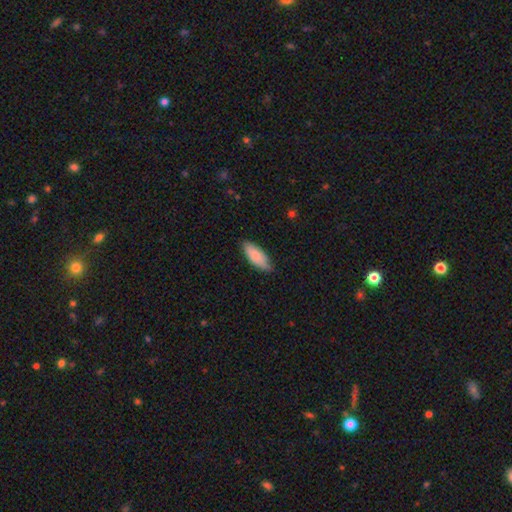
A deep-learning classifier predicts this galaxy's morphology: Smooth or featured?
  - smooth: 81% *
  - featured or disk: 13%
  - star or artifact: 6%
How rounded?
  - in between: 76% *
  - cigar-shaped: 23%
  - round: 2%
Merging?
  - none: 77% *
  - minor disturbance: 19%
  - major disturbance: 3%
  - merger: 1%